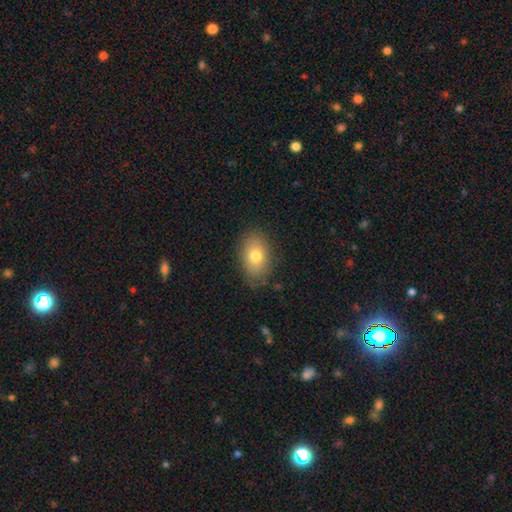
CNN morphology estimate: This is likely a smooth galaxy (75%). How rounded: clearly in between (83%). Merging: clearly none (80%).